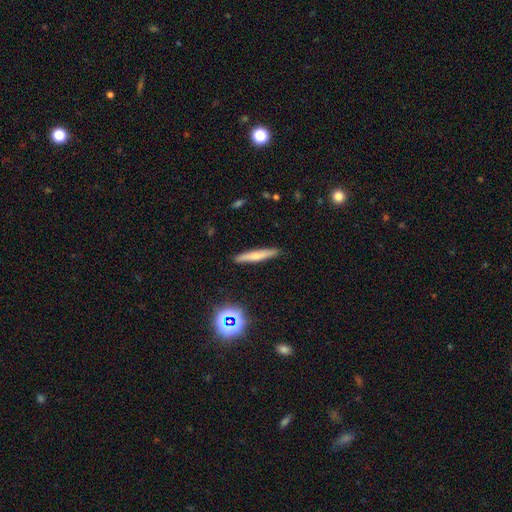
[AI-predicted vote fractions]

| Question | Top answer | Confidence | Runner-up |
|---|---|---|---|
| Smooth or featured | smooth | 59% | featured or disk (32%) |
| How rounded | cigar-shaped | 92% | in between (6%) |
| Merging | none | 89% | minor disturbance (8%) |